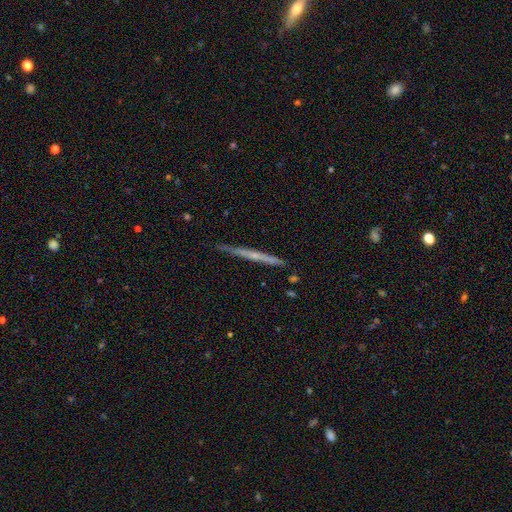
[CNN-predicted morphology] Smooth or featured?
  - featured or disk: 64% *
  - smooth: 29%
  - star or artifact: 6%
Edge-on disk?
  - yes: 98% *
  - no: 2%
Edge-on bulge?
  - none: 60% *
  - rounded: 35%
  - boxy: 5%
Merging?
  - none: 88% *
  - minor disturbance: 9%
  - major disturbance: 2%
  - merger: 1%